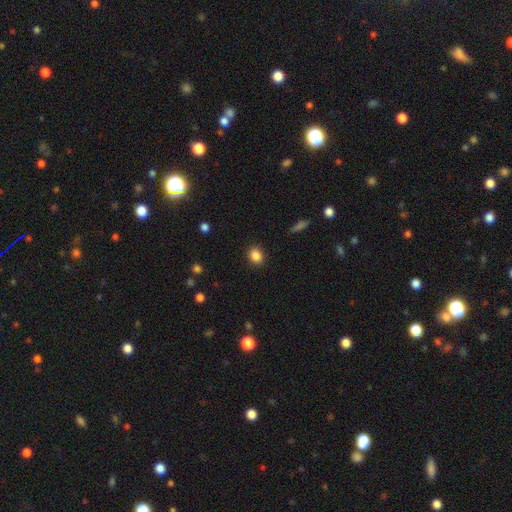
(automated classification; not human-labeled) Smooth or featured: smooth — 87% (star or artifact — 10%)
How rounded: in between — 52% (round — 47%)
Merging: none — 89% (minor disturbance — 8%)